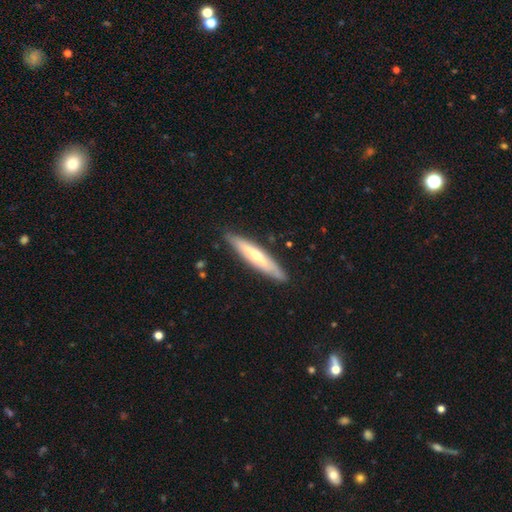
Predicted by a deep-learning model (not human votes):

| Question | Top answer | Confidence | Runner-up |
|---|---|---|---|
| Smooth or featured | featured or disk | 52% | smooth (43%) |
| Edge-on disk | yes | 79% | no (21%) |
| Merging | none | 87% | minor disturbance (10%) |